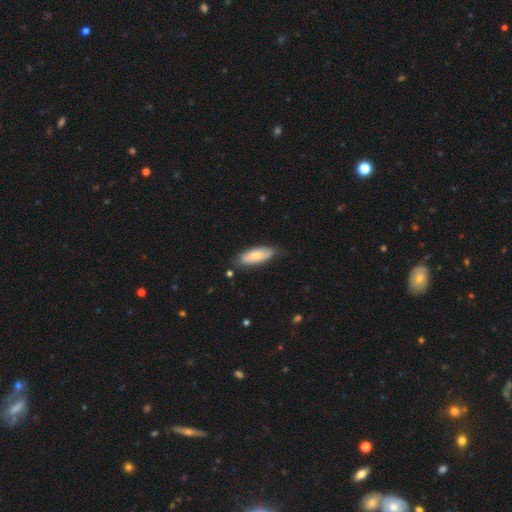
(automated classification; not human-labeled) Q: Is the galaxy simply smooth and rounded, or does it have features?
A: smooth — 70%.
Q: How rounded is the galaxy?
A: in between — 74%.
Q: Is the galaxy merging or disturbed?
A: none — 76%.